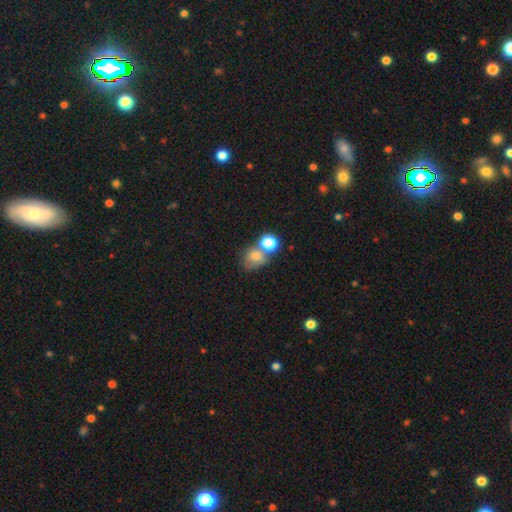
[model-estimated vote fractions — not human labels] Smooth or featured?
  - smooth: 72% *
  - featured or disk: 14%
  - star or artifact: 14%
How rounded?
  - round: 56% *
  - in between: 43%
  - cigar-shaped: 1%
Merging?
  - merger: 41% *
  - none: 39%
  - minor disturbance: 13%
  - major disturbance: 7%